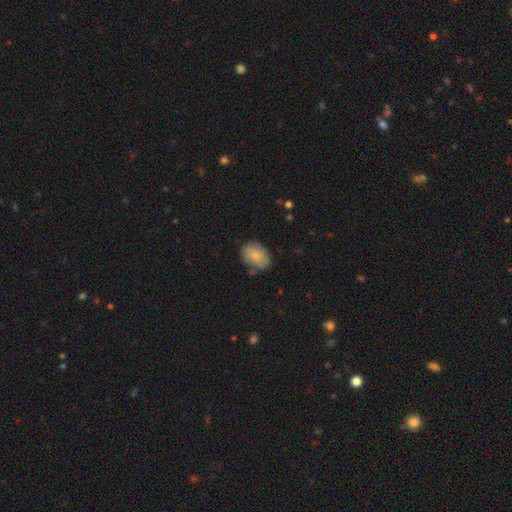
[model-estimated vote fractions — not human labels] smooth_or_featured: smooth (p=0.77) [alt: featured or disk p=0.17]
how_rounded: in between (p=0.83) [alt: round p=0.15]
merging: none (p=0.66) [alt: minor disturbance p=0.24]